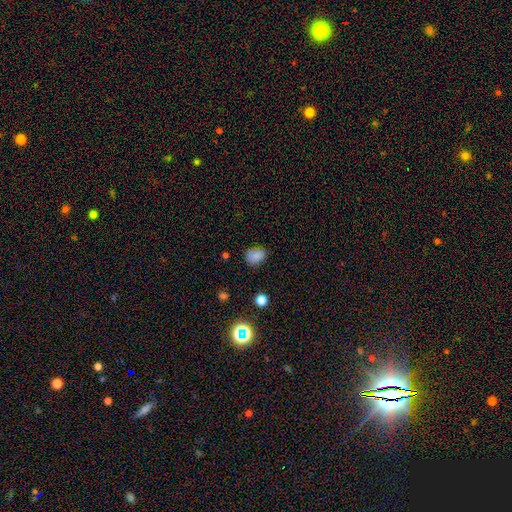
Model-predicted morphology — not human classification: This appears to be a smooth galaxy with no disk features (81%) that is in between round and cigar-shaped (60%). Merging: none (74%).